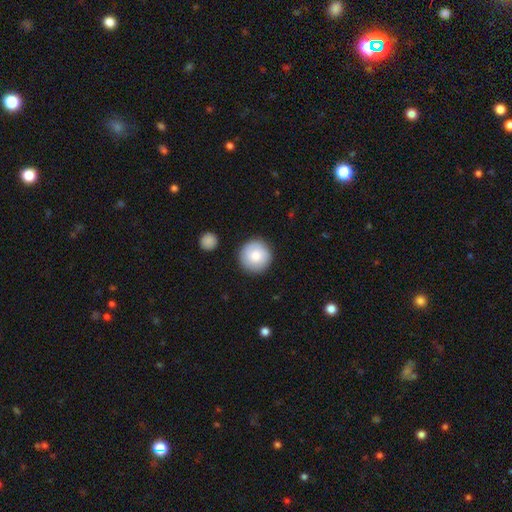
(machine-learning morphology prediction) Smooth or featured: smooth — 78% (featured or disk — 15%)
How rounded: round — 96% (in between — 3%)
Merging: none — 88% (minor disturbance — 8%)